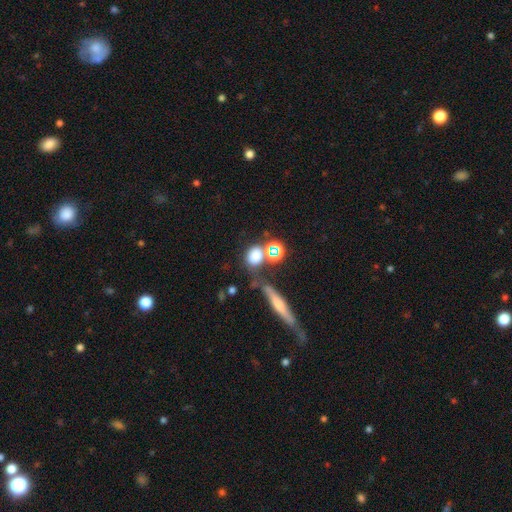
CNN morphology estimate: This appears to be a smooth galaxy with no disk features (71%) that is round (52%). Merging: none (59%).